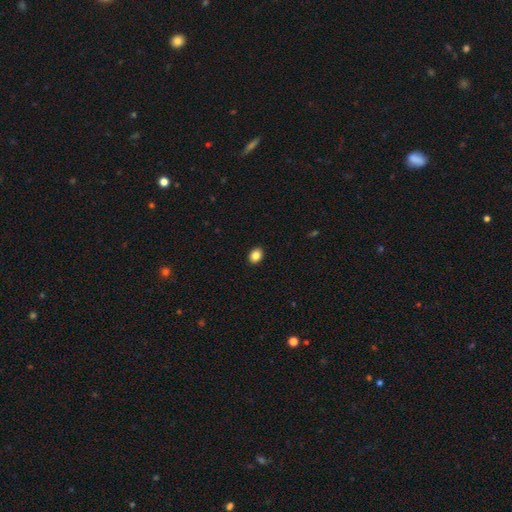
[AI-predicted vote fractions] This appears to be a smooth galaxy with no disk features (86%) that is in between round and cigar-shaped (55%). Merging: none (91%).